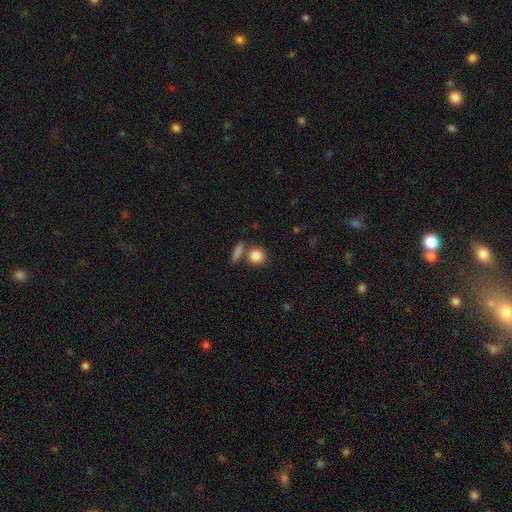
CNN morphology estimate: A smooth galaxy with no disk features (85%) that is round (82%).

Vote fractions:
- Smooth or featured? smooth: 85% / star or artifact: 8% / featured or disk: 7%
- How rounded? round: 82% / in between: 15% / cigar-shaped: 3%
- Merging? none: 67% / merger: 20% / minor disturbance: 9% / major disturbance: 4%